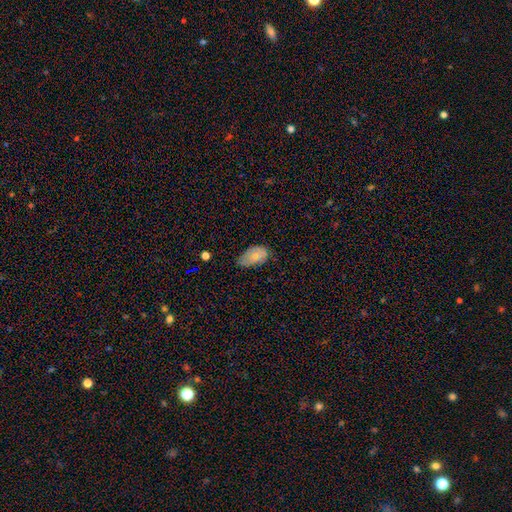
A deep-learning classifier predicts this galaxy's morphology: The model was most divided on "merging": none: 48%, minor disturbance: 41%, major disturbance: 9%, merger: 2%. More confident: how rounded — in between (93%); smooth or featured — smooth (75%).